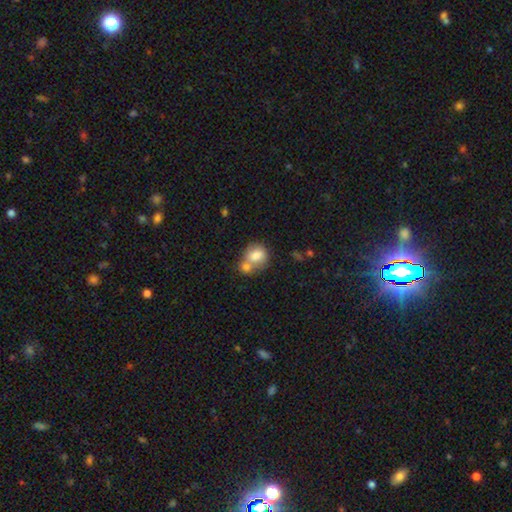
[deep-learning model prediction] Q: Smooth or featured?
A: smooth (76%); runner-up: featured or disk (16%)
Q: How rounded?
A: round (62%); runner-up: in between (37%)
Q: Merging?
A: merger (54%); runner-up: none (31%)